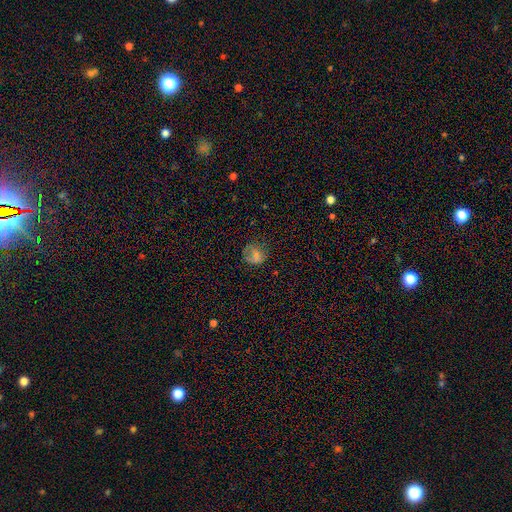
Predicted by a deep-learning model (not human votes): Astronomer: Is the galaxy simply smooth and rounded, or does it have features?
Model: smooth — 68%.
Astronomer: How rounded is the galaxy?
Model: round — 74%.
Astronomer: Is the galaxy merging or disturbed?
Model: none — 59%.